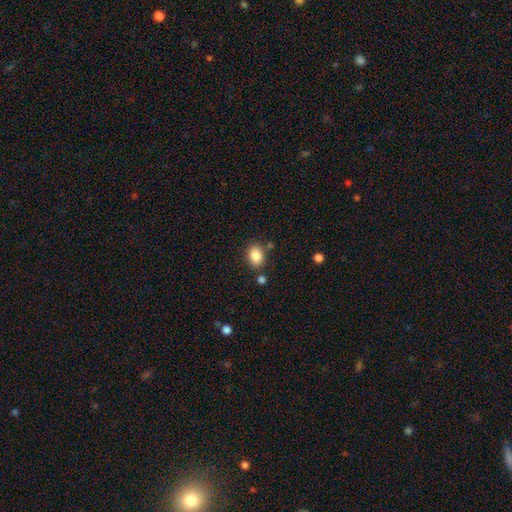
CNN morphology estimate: This is clearly a smooth galaxy (86%). How rounded: likely in between (70%). Merging: likely none (78%).